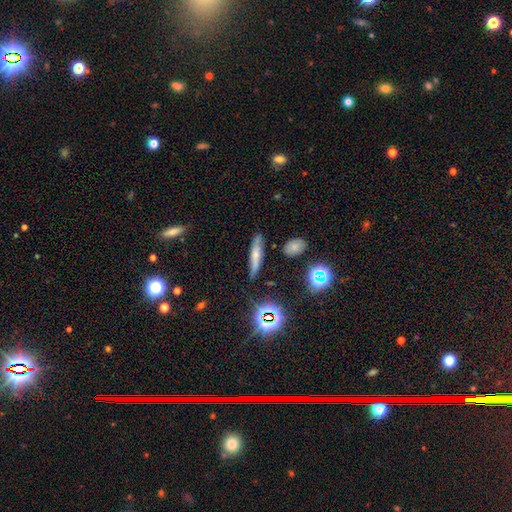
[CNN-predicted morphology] This is possibly a smooth galaxy (48%). Merging: likely none (74%).